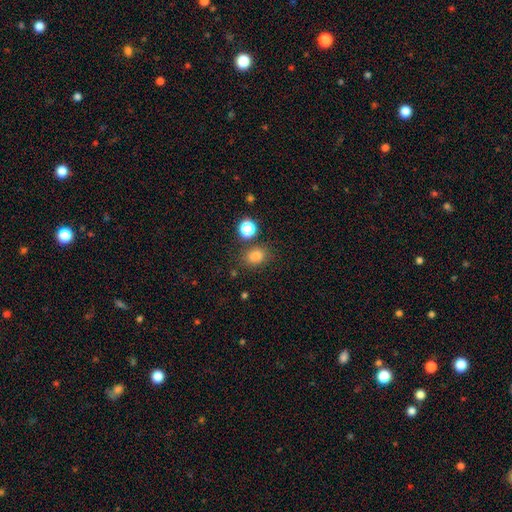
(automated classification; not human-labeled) smooth-or-featured: smooth: 79% | star or artifact: 16% | featured or disk: 5%
  how-rounded: in between: 54% | round: 45% | cigar-shaped: 1%
  merging: none: 76% | minor disturbance: 12% | merger: 8% | major disturbance: 4%